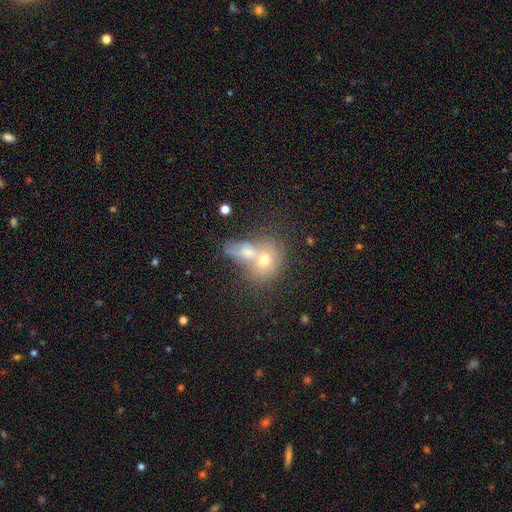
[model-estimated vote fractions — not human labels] A smooth galaxy with no disk features (59%) that is round (56%). Merging: merger (70%).